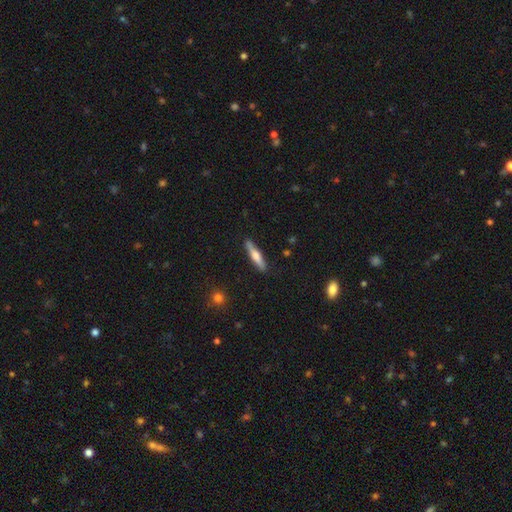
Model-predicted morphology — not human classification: smooth-or-featured: smooth: 54% | featured or disk: 40% | star or artifact: 6%
  how-rounded: cigar-shaped: 87% | in between: 11% | round: 2%
  merging: none: 86% | minor disturbance: 10% | major disturbance: 2% | merger: 2%